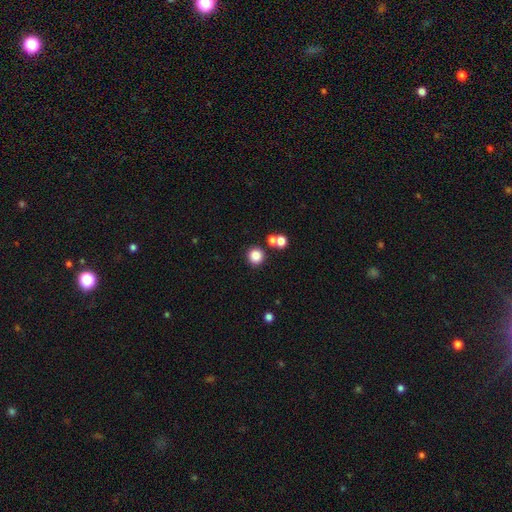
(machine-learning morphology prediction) This appears to be a smooth galaxy with no disk features (83%) that is round (92%). Merging: none (81%).